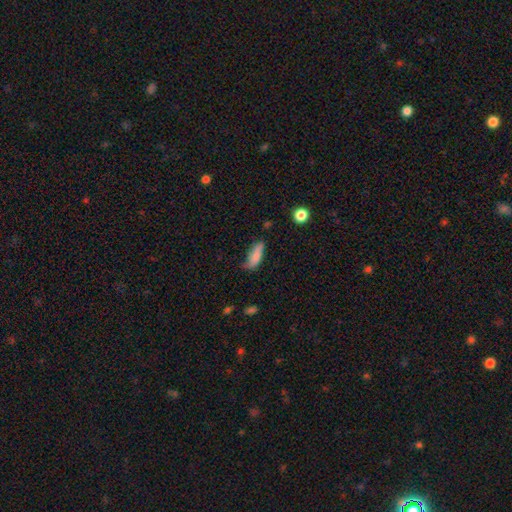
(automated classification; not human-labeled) A smooth galaxy with no disk features (76%) that is in between round and cigar-shaped (59%).

Vote fractions:
- Smooth or featured? smooth: 76% / featured or disk: 16% / star or artifact: 8%
- How rounded? in between: 59% / cigar-shaped: 38% / round: 2%
- Merging? none: 51% / minor disturbance: 36% / major disturbance: 10% / merger: 3%